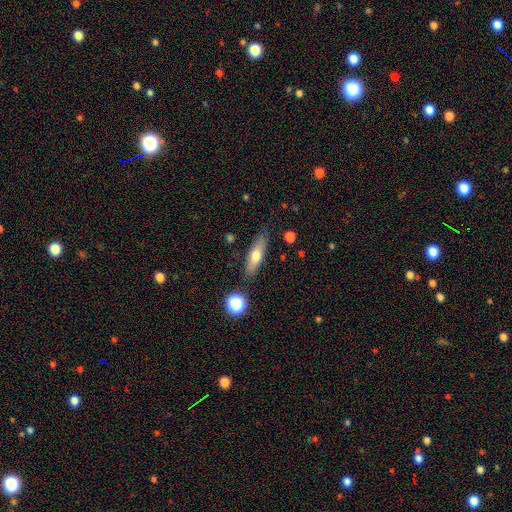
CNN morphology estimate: A smooth galaxy with no disk features (63%) that is cigar-shaped (53%). Merging: none (81%).